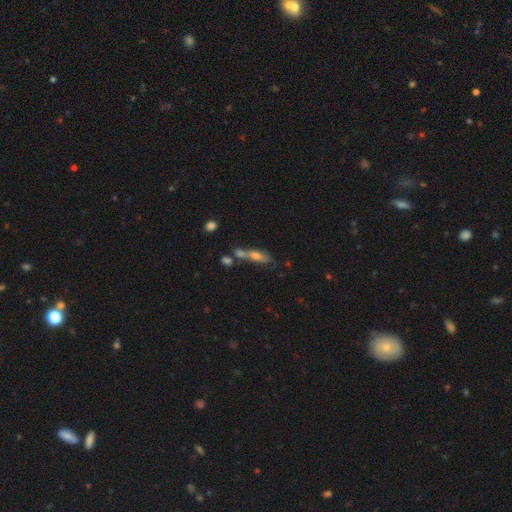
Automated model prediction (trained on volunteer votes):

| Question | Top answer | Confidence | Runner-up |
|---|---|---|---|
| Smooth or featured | smooth | 50% | featured or disk (40%) |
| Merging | none | 45% | merger (32%) |